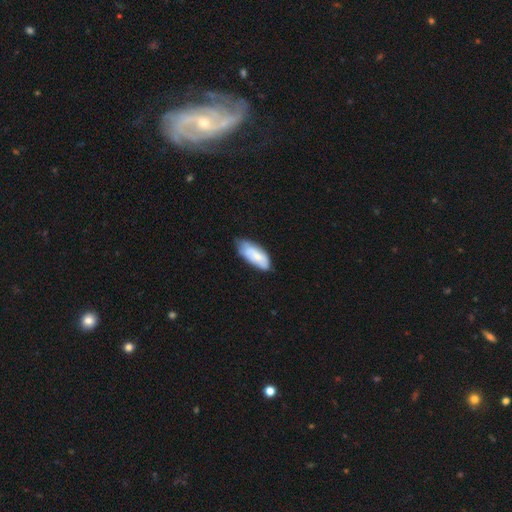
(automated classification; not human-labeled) This appears to be a smooth galaxy with no disk features (75%) that is in between round and cigar-shaped (85%). Merging: none (54%).